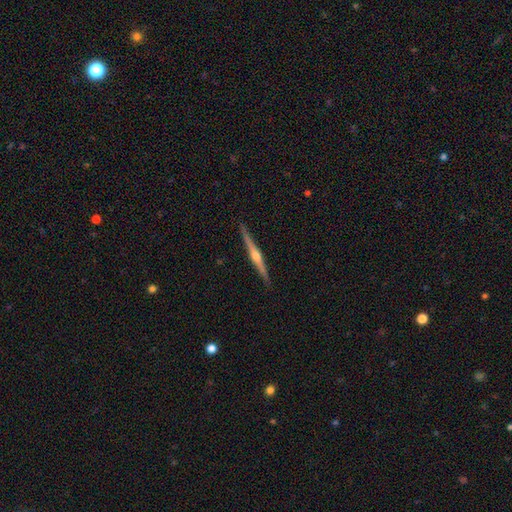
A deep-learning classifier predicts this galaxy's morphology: This is clearly a featured or disk galaxy (82%). It is clearly viewed edge-on (99%). Edge-on bulge: clearly rounded (89%). Merging: clearly none (91%).